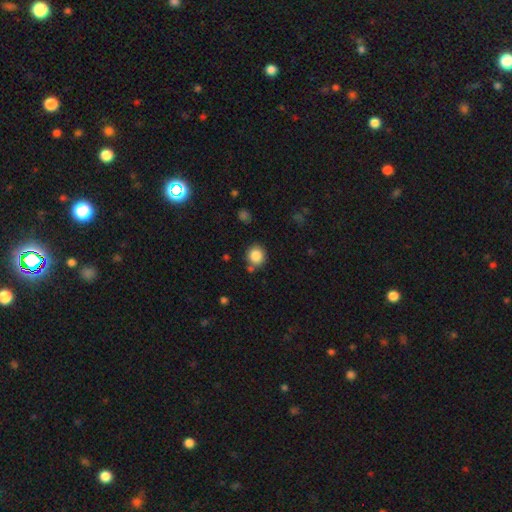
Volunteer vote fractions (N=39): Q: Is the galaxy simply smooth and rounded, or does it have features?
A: smooth — 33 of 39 (85%).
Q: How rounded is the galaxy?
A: round — 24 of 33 (73%).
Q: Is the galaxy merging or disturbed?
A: none — 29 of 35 (83%).